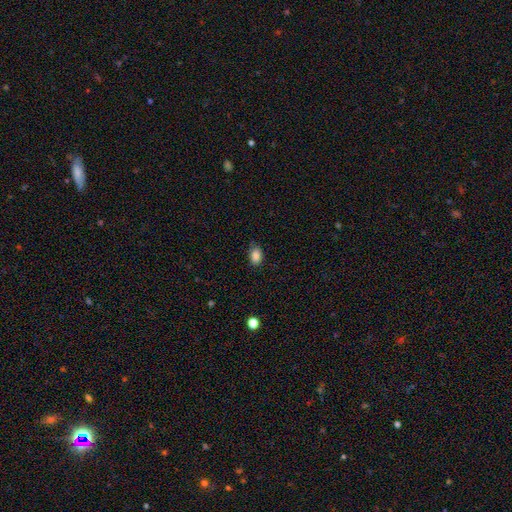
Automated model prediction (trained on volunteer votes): smooth 87%, star or artifact 9%, featured or disk 5%. Down the decision tree: how rounded — in between (84%); merging — none (78%).